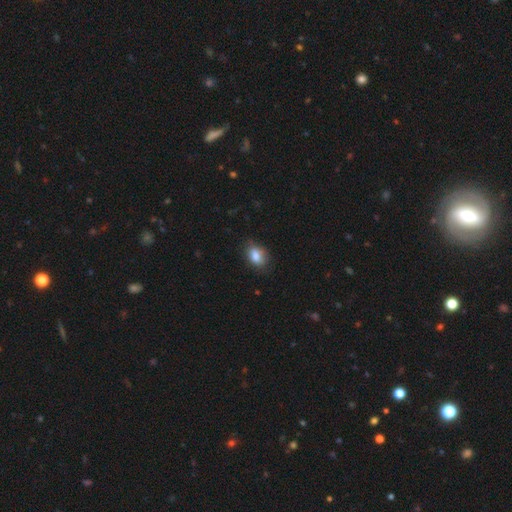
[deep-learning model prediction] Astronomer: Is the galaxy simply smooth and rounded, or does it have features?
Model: smooth — 83%.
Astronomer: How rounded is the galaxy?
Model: in between — 76%.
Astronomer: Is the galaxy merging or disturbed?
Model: none — 68%.